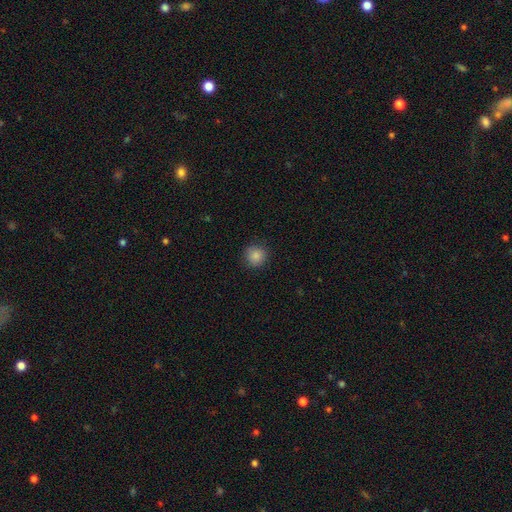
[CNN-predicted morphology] Smooth or featured: smooth — 86% (star or artifact — 10%)
How rounded: round — 93% (in between — 6%)
Merging: none — 88% (minor disturbance — 9%)